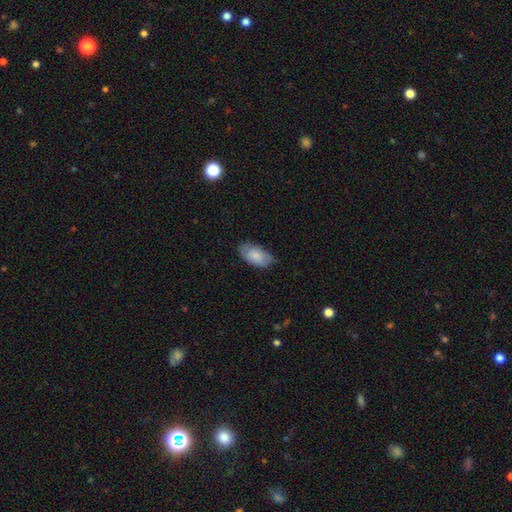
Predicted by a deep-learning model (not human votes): smooth 75%, featured or disk 19%, star or artifact 6%. Down the decision tree: how rounded — in between (94%); merging — none (71%).